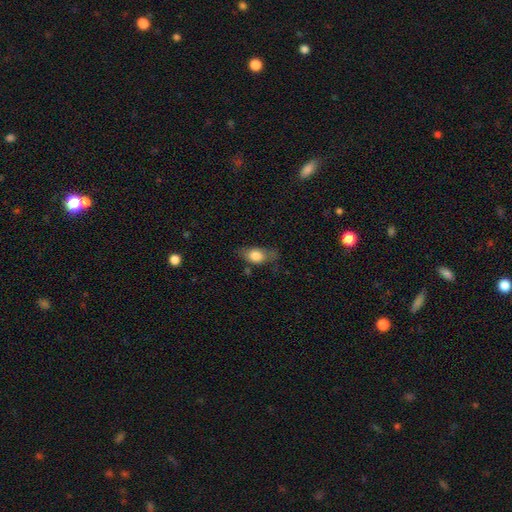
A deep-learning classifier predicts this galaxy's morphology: smooth-or-featured: smooth: 77% | featured or disk: 16% | star or artifact: 8%
  how-rounded: in between: 75% | round: 18% | cigar-shaped: 7%
  merging: none: 56% | minor disturbance: 29% | major disturbance: 12% | merger: 3%